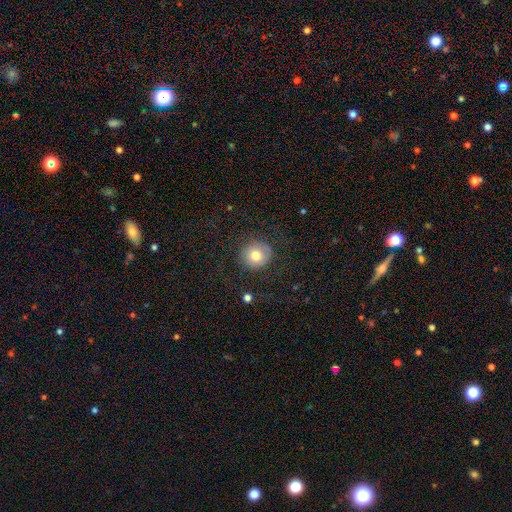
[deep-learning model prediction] Overall: smooth (72%). How rounded: round (92%). Merging: none (79%).